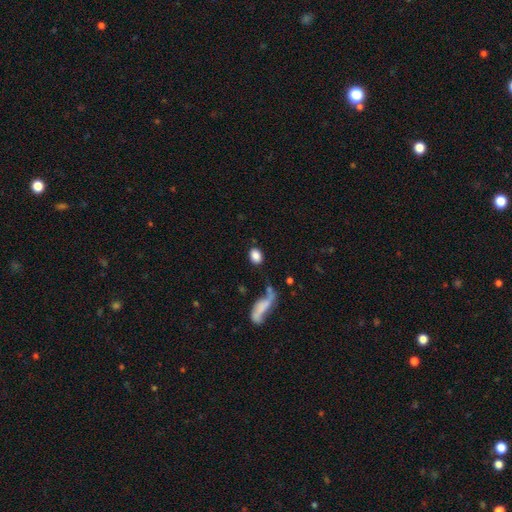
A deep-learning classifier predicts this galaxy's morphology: A smooth galaxy with no disk features (85%) that is in between round and cigar-shaped (75%). Merging: none (71%).